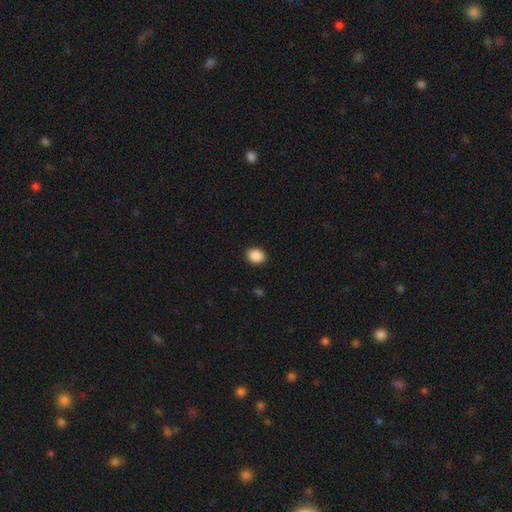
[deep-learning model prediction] Overall: smooth (89%). How rounded: in between (50%; round 49%). Merging: none (91%).